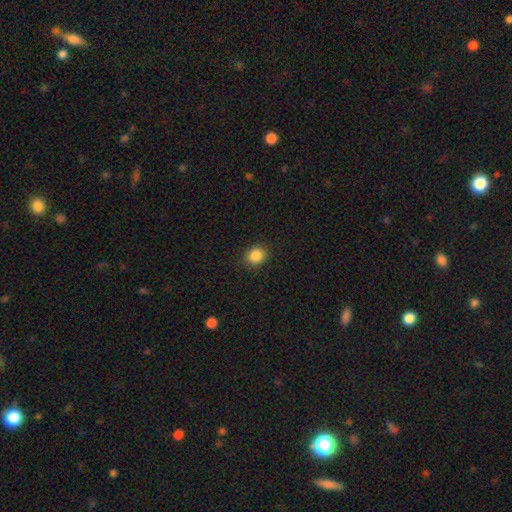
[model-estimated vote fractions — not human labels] smooth_or_featured: smooth (p=0.86) [alt: star or artifact p=0.10]
how_rounded: round (p=0.75) [alt: in between p=0.25]
merging: none (p=0.90) [alt: minor disturbance p=0.07]